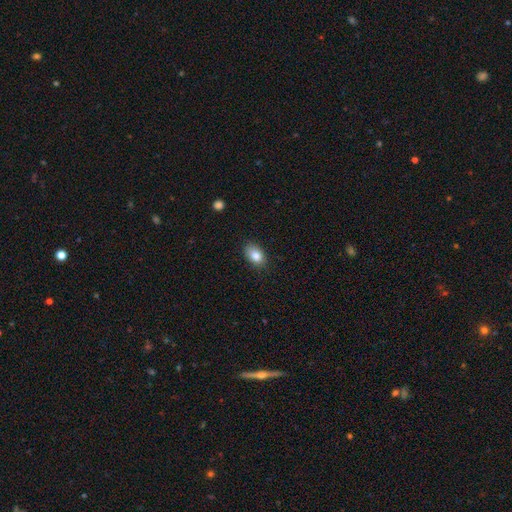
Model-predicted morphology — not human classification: type=smooth (85%); roundness=in between (84%); merging=none (81%).